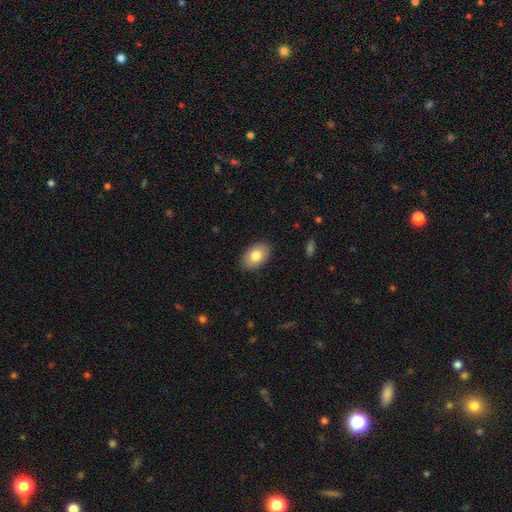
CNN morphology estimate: Smooth or featured?
  - smooth: 81% *
  - featured or disk: 12%
  - star or artifact: 7%
How rounded?
  - in between: 90% *
  - round: 8%
  - cigar-shaped: 1%
Merging?
  - none: 88% *
  - minor disturbance: 9%
  - major disturbance: 2%
  - merger: 1%